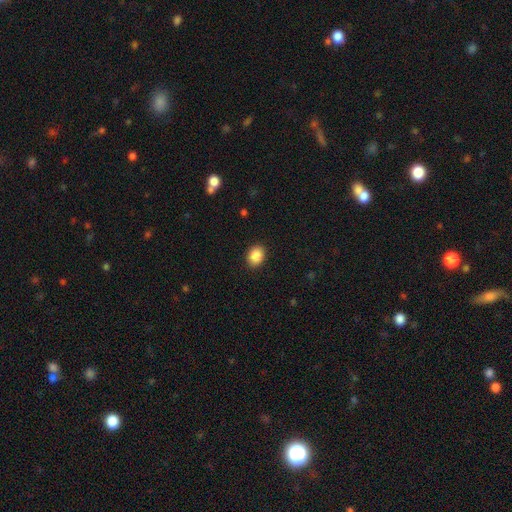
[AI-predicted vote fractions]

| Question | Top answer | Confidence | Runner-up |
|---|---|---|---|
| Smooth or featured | smooth | 88% | star or artifact (8%) |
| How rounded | in between | 59% | round (40%) |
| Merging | none | 90% | minor disturbance (7%) |